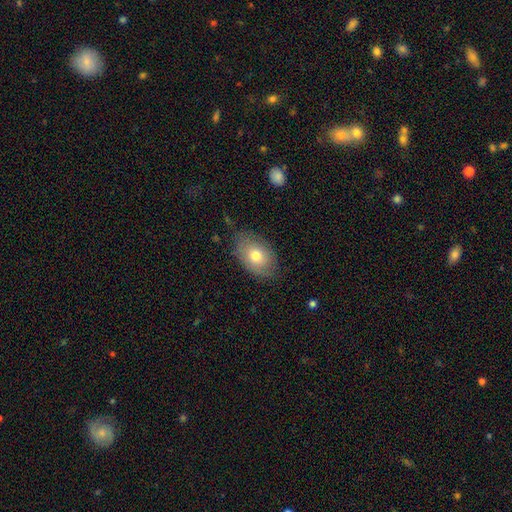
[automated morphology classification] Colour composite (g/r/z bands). It shows a smooth galaxy with no disk features (71%) that is in between round and cigar-shaped (86%). Merging: none (74%).